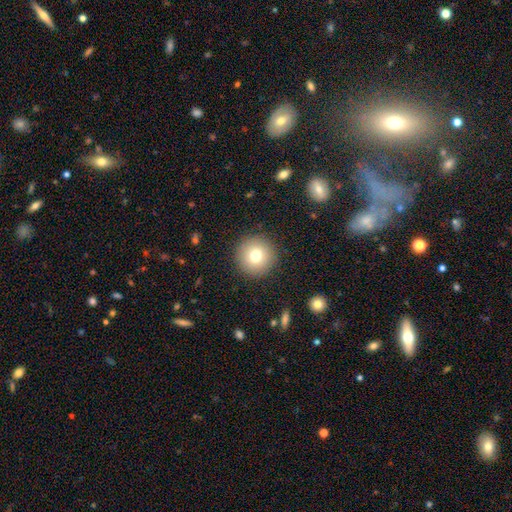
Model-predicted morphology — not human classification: smooth 75%, featured or disk 14%, star or artifact 11%. Down the decision tree: how rounded — round (95%); merging — none (91%).